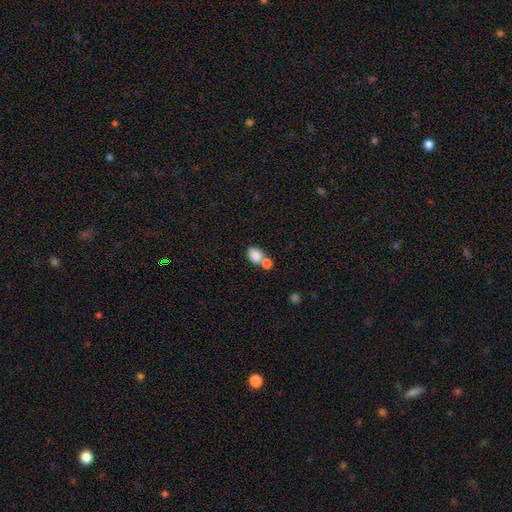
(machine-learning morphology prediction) A smooth galaxy with no disk features (84%) that is in between round and cigar-shaped (67%).

Vote fractions:
- Smooth or featured? smooth: 84% / star or artifact: 9% / featured or disk: 7%
- How rounded? in between: 67% / round: 32% / cigar-shaped: 1%
- Merging? merger: 45% / none: 41% / minor disturbance: 10% / major disturbance: 4%